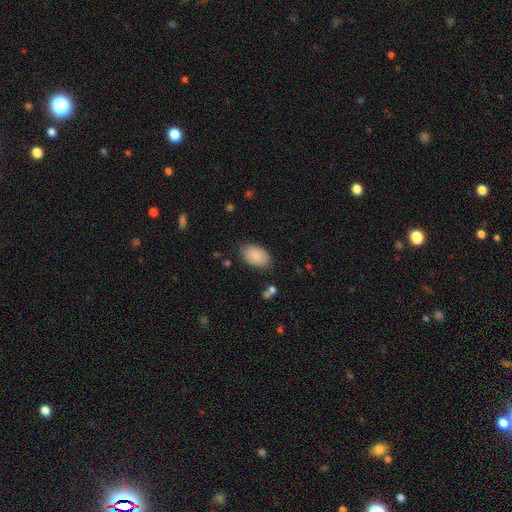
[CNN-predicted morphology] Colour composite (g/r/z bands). It shows a smooth galaxy with no disk features (87%) that is in between round and cigar-shaped (93%). Merging: none (81%).